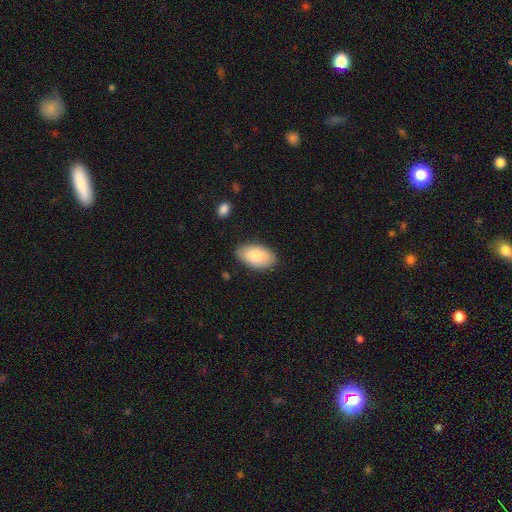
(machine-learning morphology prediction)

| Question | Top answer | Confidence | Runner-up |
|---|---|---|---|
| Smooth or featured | smooth | 85% | featured or disk (9%) |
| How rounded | in between | 95% | round (3%) |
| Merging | none | 84% | minor disturbance (12%) |